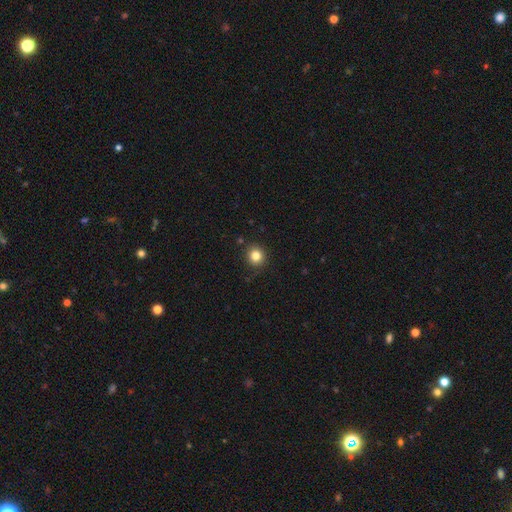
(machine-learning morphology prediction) Smooth or featured? Predicted: smooth (p=0.83). How rounded? Predicted: round (p=0.91). Merging? Predicted: none (p=0.89).